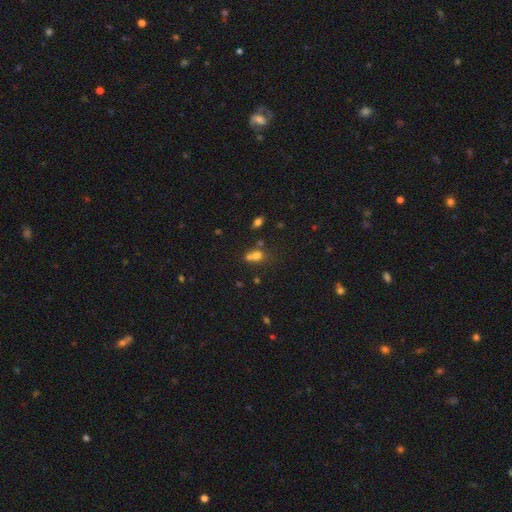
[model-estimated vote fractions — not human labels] Overall: smooth (68%). How rounded: in between (49%; round 47%). Merging: merger (44%; none 35%).